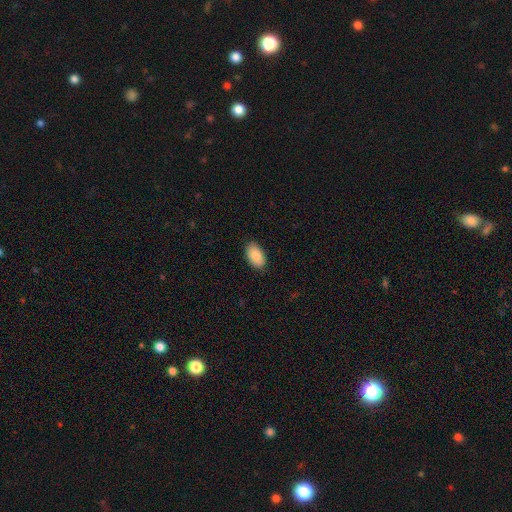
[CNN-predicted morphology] This appears to be a smooth galaxy with no disk features (88%) that is in between round and cigar-shaped (94%). Merging: none (87%).